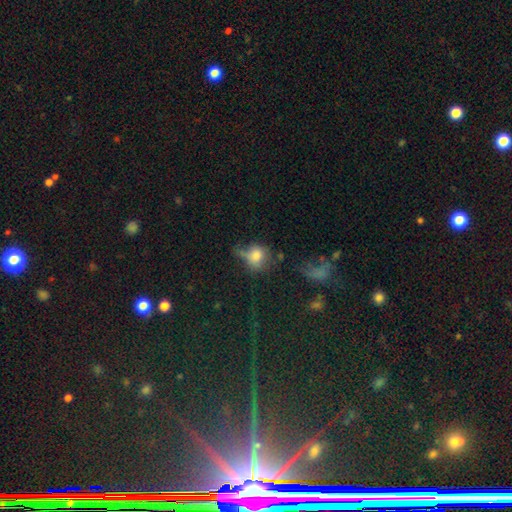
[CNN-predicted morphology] Smooth or featured: smooth — 72% (featured or disk — 15%)
How rounded: round — 69% (in between — 29%)
Merging: none — 38% (minor disturbance — 28%)